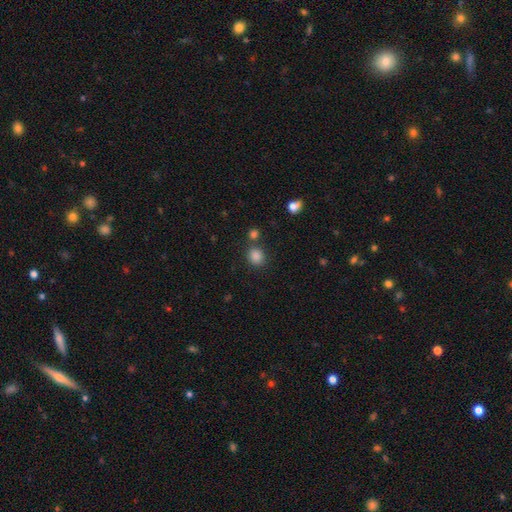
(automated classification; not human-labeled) A smooth galaxy with no disk features (85%) that is round (75%).

Vote fractions:
- Smooth or featured? smooth: 85% / star or artifact: 11% / featured or disk: 4%
- How rounded? round: 75% / in between: 24% / cigar-shaped: 1%
- Merging? none: 75% / merger: 11% / minor disturbance: 10% / major disturbance: 4%